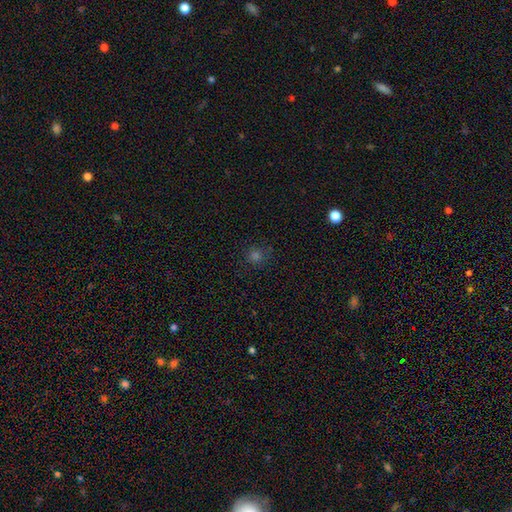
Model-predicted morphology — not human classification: The model was most divided on "smooth or featured": smooth: 62%, star or artifact: 31%, featured or disk: 7%. More confident: how rounded — round (91%); merging — none (85%).